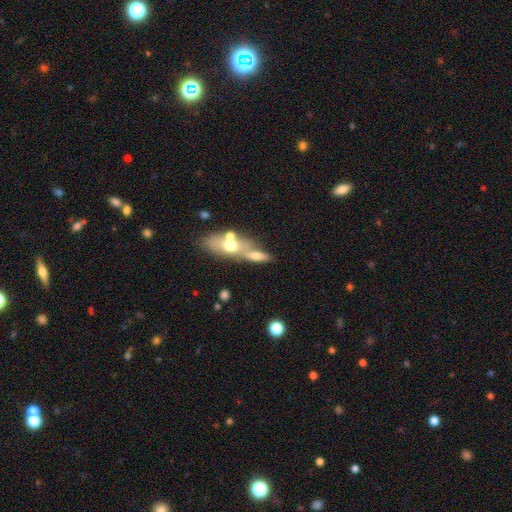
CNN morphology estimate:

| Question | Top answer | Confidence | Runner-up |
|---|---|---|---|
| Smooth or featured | smooth | 53% | featured or disk (38%) |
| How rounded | in between | 49% | cigar-shaped (42%) |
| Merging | merger | 50% | none (30%) |